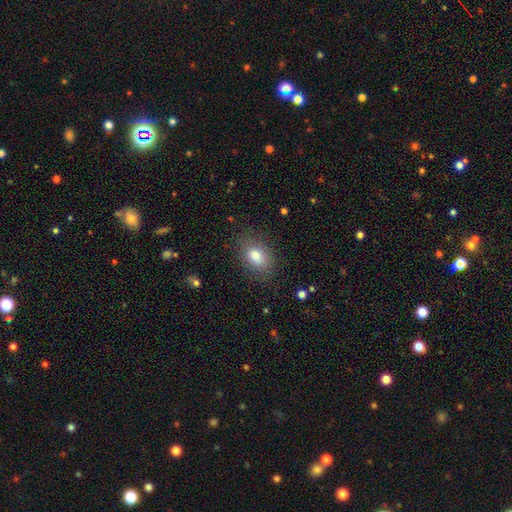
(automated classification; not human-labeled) smooth 81%, featured or disk 10%, star or artifact 9%. Down the decision tree: how rounded — in between (82%); merging — none (79%).